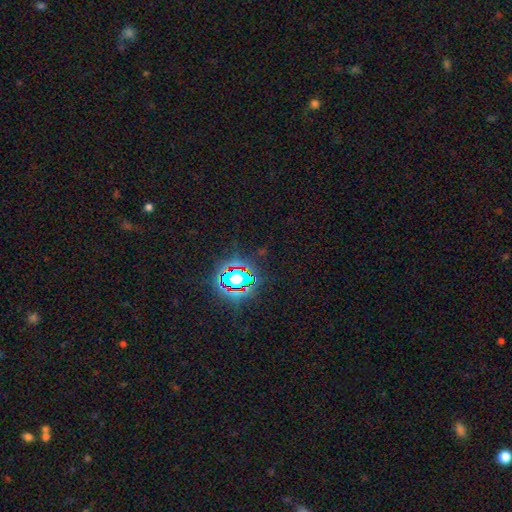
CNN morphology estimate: Overall: star or artifact (81%).